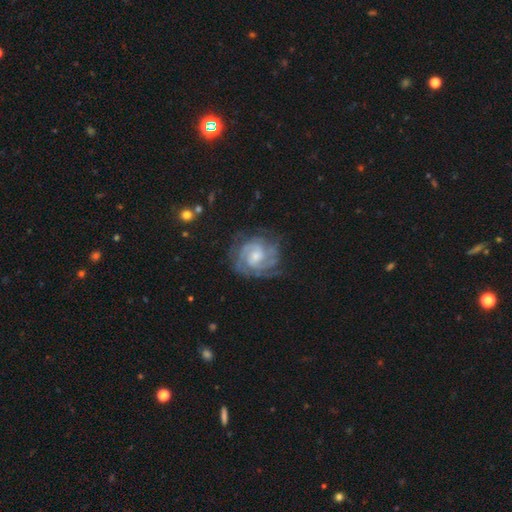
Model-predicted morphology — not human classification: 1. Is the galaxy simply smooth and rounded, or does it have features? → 86% featured or disk, 9% smooth, 6% star or artifact.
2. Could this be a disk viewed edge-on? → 98% no, 2% yes.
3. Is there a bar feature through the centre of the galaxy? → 53% no, 39% weak, 7% strong.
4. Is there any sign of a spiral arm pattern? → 96% yes, 4% no.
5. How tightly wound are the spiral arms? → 62% tight, 32% medium, 6% loose.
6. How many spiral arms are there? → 34% 2, 26% can't tell, 23% 3, 8% 4, 5% 1, 5% more than 4.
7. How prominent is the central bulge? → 45% small, 42% moderate, 7% none, 5% large, 1% dominant.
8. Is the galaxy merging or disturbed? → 71% none, 18% minor disturbance, 9% major disturbance, 1% merger.